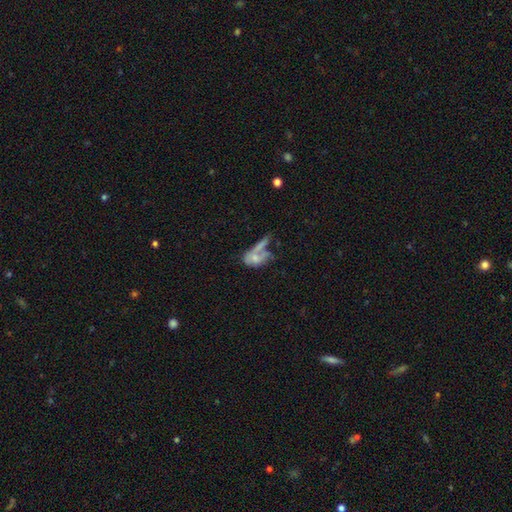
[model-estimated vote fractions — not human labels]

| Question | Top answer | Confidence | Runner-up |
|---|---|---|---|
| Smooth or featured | smooth | 54% | featured or disk (35%) |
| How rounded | in between | 76% | round (12%) |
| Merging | merger | 47% | none (23%) |